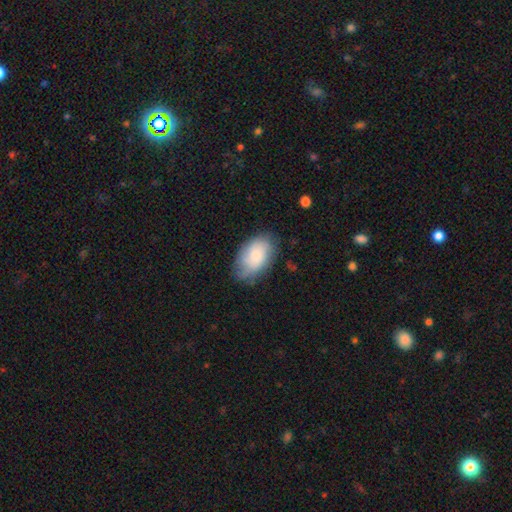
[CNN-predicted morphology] smooth-or-featured: smooth: 69% | featured or disk: 24% | star or artifact: 7%
  how-rounded: in between: 92% | round: 6% | cigar-shaped: 1%
  merging: none: 65% | minor disturbance: 25% | major disturbance: 8% | merger: 2%